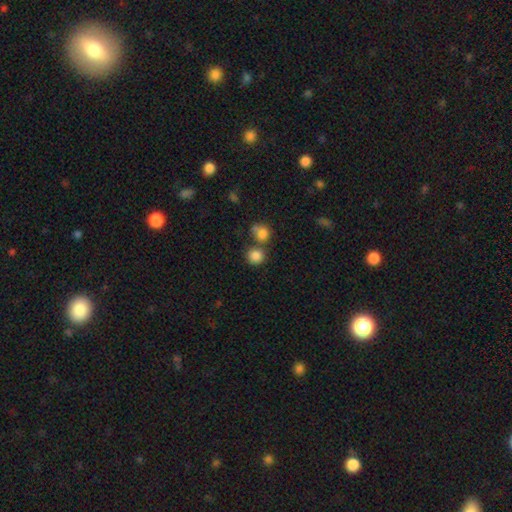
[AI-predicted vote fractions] smooth_or_featured: smooth (p=0.84) [alt: star or artifact p=0.11]
how_rounded: round (p=0.88) [alt: in between p=0.11]
merging: none (p=0.61) [alt: merger p=0.27]